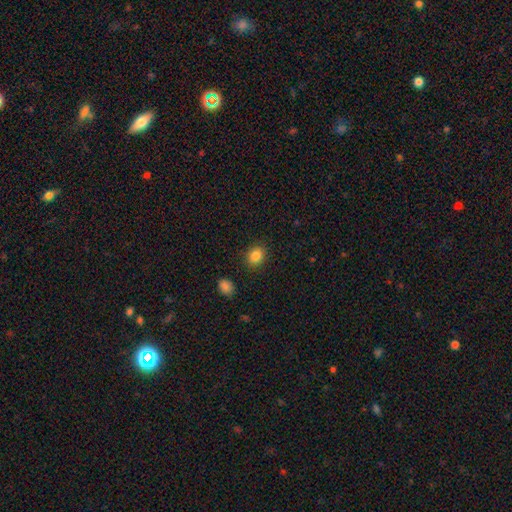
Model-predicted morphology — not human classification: Q: Smooth or featured?
A: smooth (84%); runner-up: star or artifact (10%)
Q: How rounded?
A: round (57%); runner-up: in between (43%)
Q: Merging?
A: none (88%); runner-up: minor disturbance (8%)